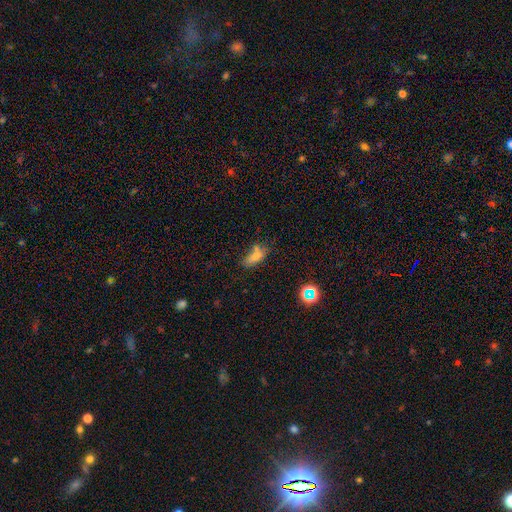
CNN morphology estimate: type=smooth (70%); roundness=in between (79%); merging=none (50%).